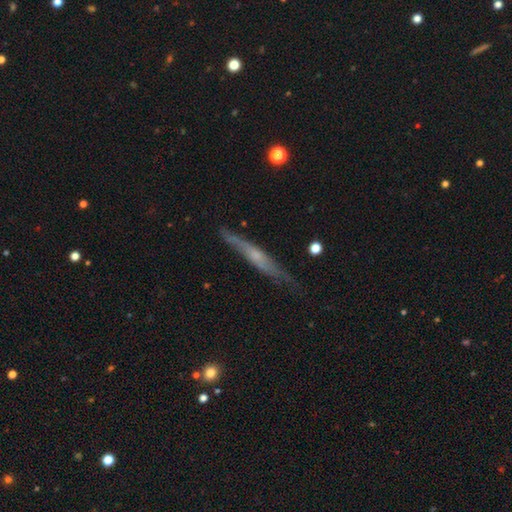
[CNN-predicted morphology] featured or disk 63%, smooth 30%, star or artifact 7%. Down the decision tree: edge-on disk — yes (90%); edge-on bulge — rounded (53%); merging — none (76%).